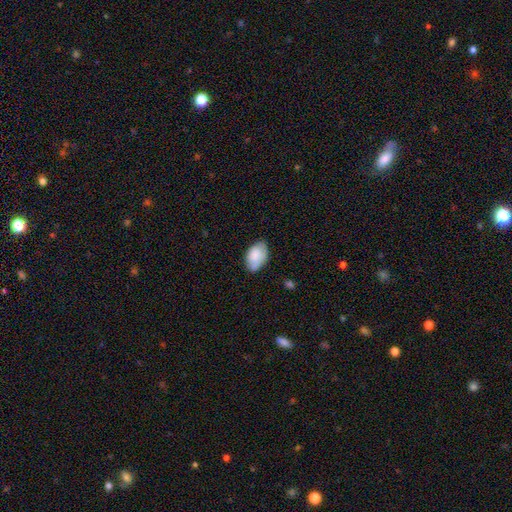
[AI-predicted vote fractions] Overall: smooth (82%). How rounded: in between (92%). Merging: none (64%; minor disturbance 28%).